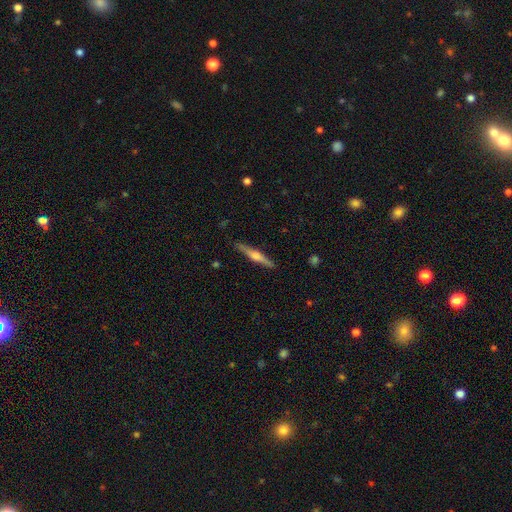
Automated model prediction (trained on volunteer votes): Smooth or featured?
  - featured or disk: 73% *
  - smooth: 21%
  - star or artifact: 5%
Edge-on disk?
  - yes: 98% *
  - no: 2%
Edge-on bulge?
  - rounded: 87% *
  - boxy: 8%
  - none: 5%
Merging?
  - none: 90% *
  - minor disturbance: 7%
  - major disturbance: 2%
  - merger: 1%